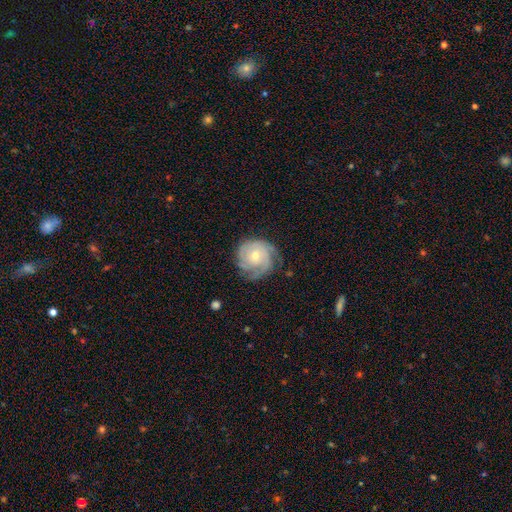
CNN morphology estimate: Smooth or featured?
  - featured or disk: 75% *
  - smooth: 19%
  - star or artifact: 6%
Edge-on disk?
  - no: 98% *
  - yes: 2%
Bar?
  - no: 78% *
  - weak: 19%
  - strong: 3%
Spiral arms?
  - yes: 92% *
  - no: 8%
Spiral winding?
  - tight: 68% *
  - medium: 25%
  - loose: 7%
Spiral arm count?
  - can't tell: 35% *
  - 3: 28%
  - 2: 16%
  - 4: 10%
  - 1: 6%
  - more than 4: 5%
Bulge size?
  - small: 50% *
  - moderate: 47%
  - large: 2%
  - none: 1%
  - dominant: 1%
Merging?
  - none: 68% *
  - minor disturbance: 22%
  - major disturbance: 9%
  - merger: 1%